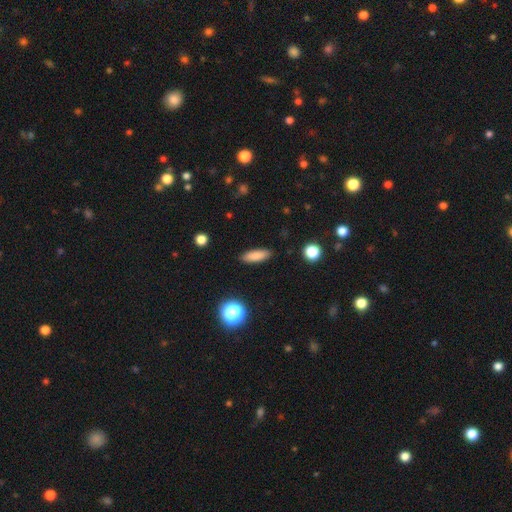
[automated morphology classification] smooth_or_featured: smooth (p=0.84) [alt: star or artifact p=0.08]
how_rounded: in between (p=0.52) [alt: cigar-shaped p=0.45]
merging: none (p=0.90) [alt: minor disturbance p=0.07]